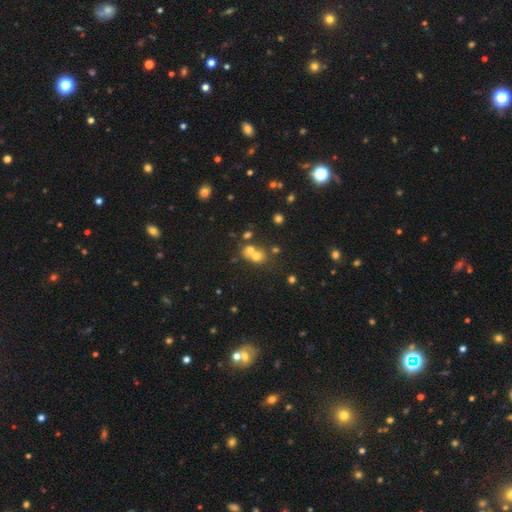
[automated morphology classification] A smooth galaxy with no disk features (62%) that is round (67%).

Vote fractions:
- Smooth or featured? smooth: 62% / star or artifact: 20% / featured or disk: 18%
- How rounded? round: 67% / in between: 31% / cigar-shaped: 1%
- Merging? merger: 54% / none: 34% / minor disturbance: 8% / major disturbance: 4%